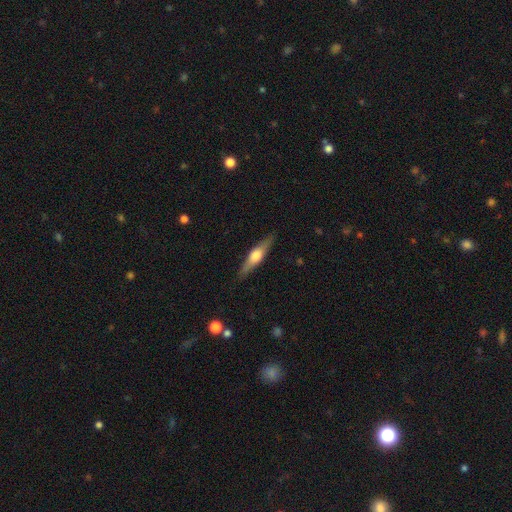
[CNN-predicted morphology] A featured or disk galaxy (61%) viewed edge-on (95%) with a rounded central bulge (91%). Merging: none (88%).